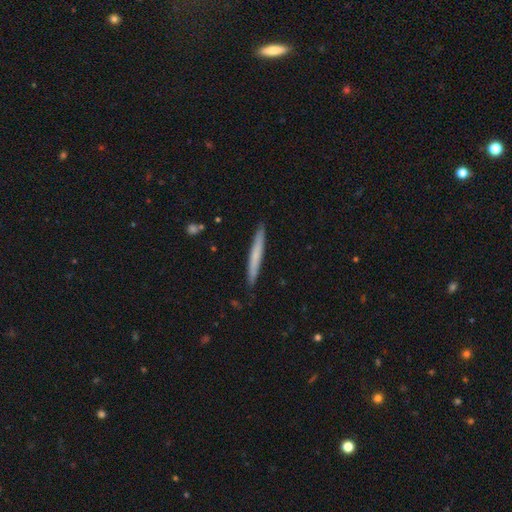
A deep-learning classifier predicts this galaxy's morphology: A smooth galaxy with no disk features (61%) that is cigar-shaped (97%).

Vote fractions:
- Smooth or featured? smooth: 61% / featured or disk: 33% / star or artifact: 6%
- How rounded? cigar-shaped: 97% / in between: 2% / round: 1%
- Merging? none: 88% / minor disturbance: 9% / major disturbance: 1% / merger: 1%